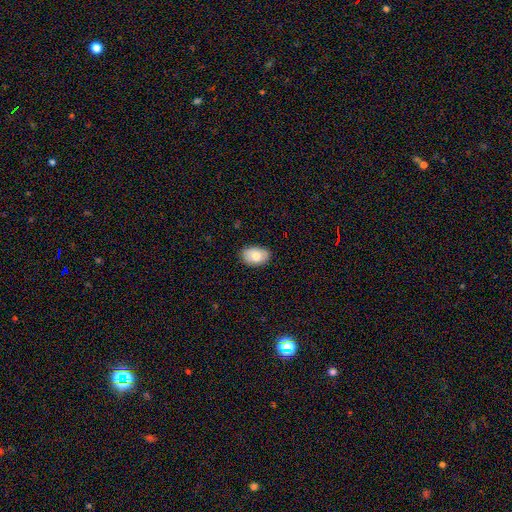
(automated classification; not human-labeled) smooth-or-featured: smooth: 78% | featured or disk: 15% | star or artifact: 7%
  how-rounded: in between: 86% | round: 13% | cigar-shaped: 1%
  merging: none: 84% | minor disturbance: 13% | major disturbance: 2% | merger: 1%